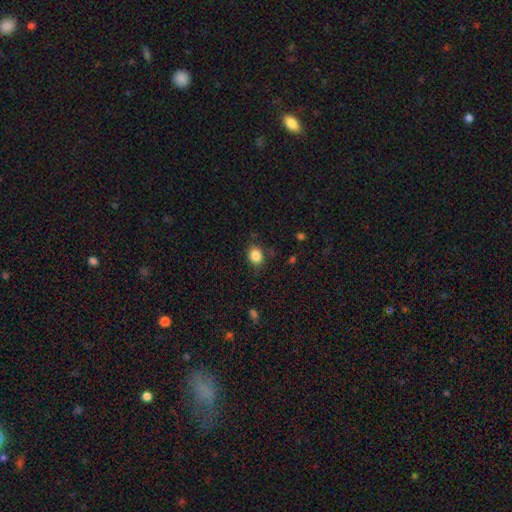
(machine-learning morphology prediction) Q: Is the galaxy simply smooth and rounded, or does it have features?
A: smooth — 84%.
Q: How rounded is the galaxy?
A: round — 51%.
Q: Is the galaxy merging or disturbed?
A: none — 80%.